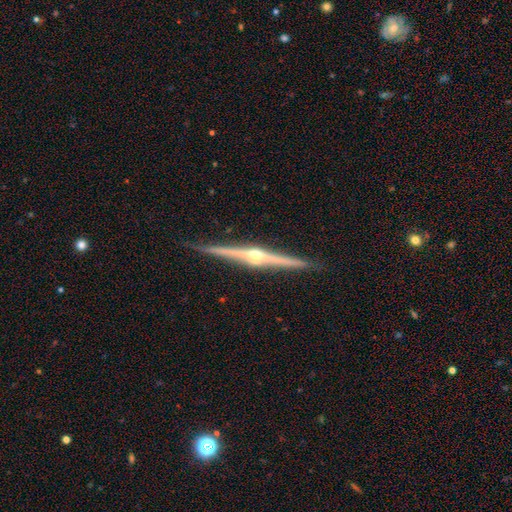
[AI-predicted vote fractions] Q: Smooth or featured?
A: featured or disk (89%); runner-up: smooth (6%)
Q: Edge-on disk?
A: yes (99%); runner-up: no (1%)
Q: Edge-on bulge?
A: rounded (93%); runner-up: boxy (4%)
Q: Merging?
A: none (92%); runner-up: minor disturbance (6%)